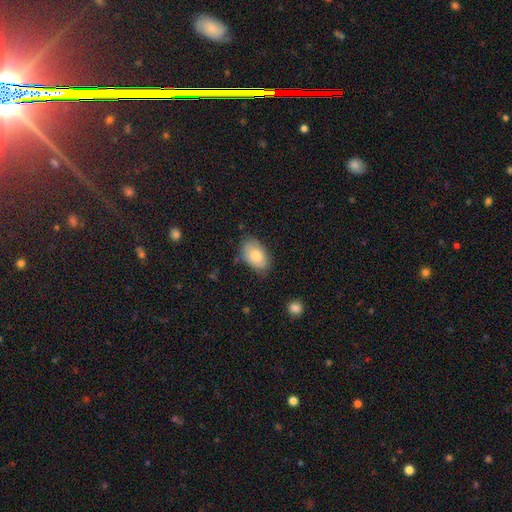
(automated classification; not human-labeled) Smooth or featured? smooth (78%)
How rounded? in between (90%)
Merging? none (71%)